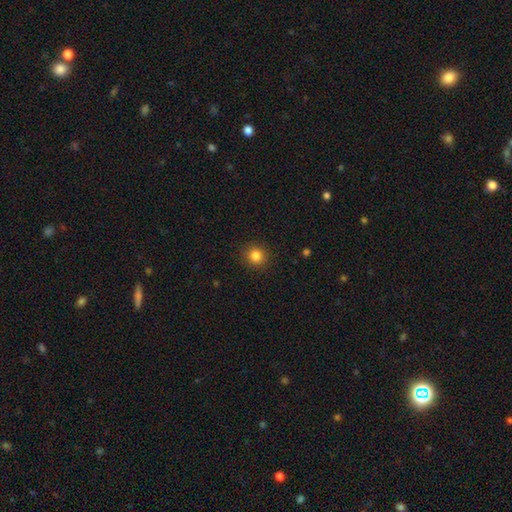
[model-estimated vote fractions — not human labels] Smooth or featured?
  - smooth: 84% *
  - star or artifact: 11%
  - featured or disk: 5%
How rounded?
  - round: 89% *
  - in between: 10%
  - cigar-shaped: 1%
Merging?
  - none: 91% *
  - minor disturbance: 6%
  - major disturbance: 2%
  - merger: 1%